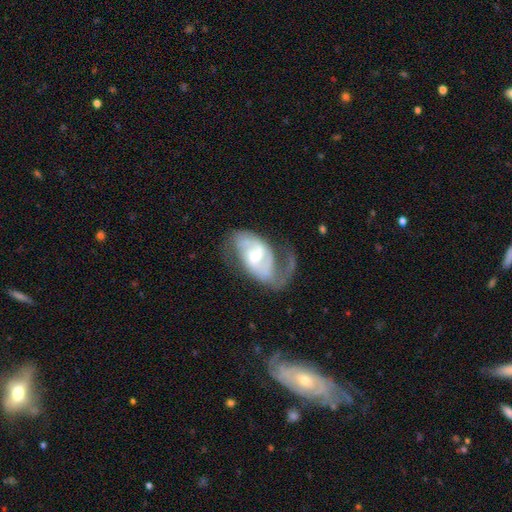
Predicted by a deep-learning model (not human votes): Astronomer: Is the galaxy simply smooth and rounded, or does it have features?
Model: featured or disk — 82%.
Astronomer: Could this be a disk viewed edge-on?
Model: no — 96%.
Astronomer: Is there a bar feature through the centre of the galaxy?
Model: weak — 48% (runner-up: no, 33%).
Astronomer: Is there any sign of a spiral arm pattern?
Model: yes — 91%.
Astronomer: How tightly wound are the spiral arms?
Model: medium — 45% (runner-up: loose, 35%).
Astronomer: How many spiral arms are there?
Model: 2 — 71%.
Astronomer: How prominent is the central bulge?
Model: moderate — 56% (runner-up: small, 38%).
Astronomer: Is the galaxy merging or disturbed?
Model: none — 44% (runner-up: major disturbance, 32%).